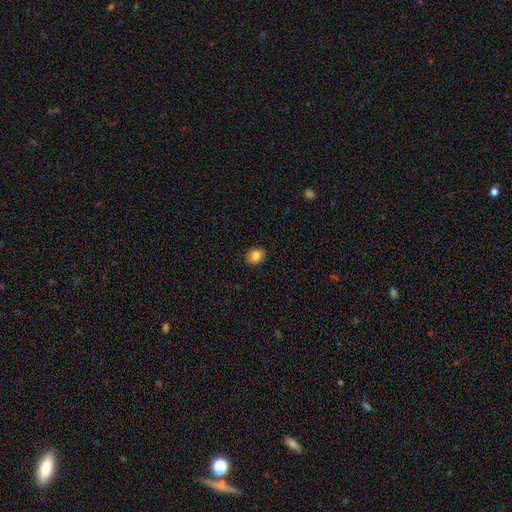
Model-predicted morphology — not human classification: Smooth or featured? Predicted: smooth (p=0.83). How rounded? Predicted: round (p=0.57). Merging? Predicted: none (p=0.89).